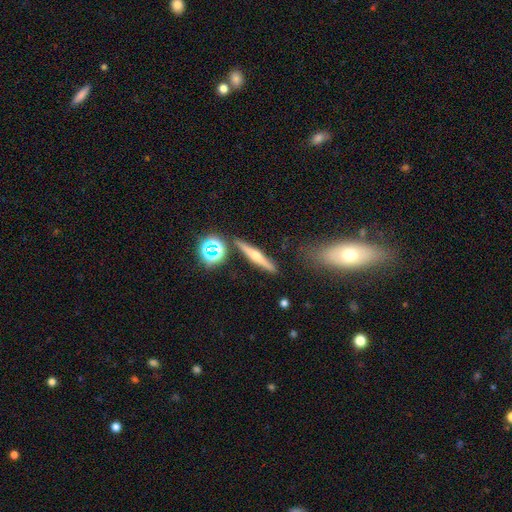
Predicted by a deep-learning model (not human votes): Q: Smooth or featured?
A: featured or disk (63%); runner-up: smooth (27%)
Q: Edge-on disk?
A: yes (95%); runner-up: no (5%)
Q: Edge-on bulge?
A: rounded (90%); runner-up: none (6%)
Q: Merging?
A: none (82%); runner-up: minor disturbance (10%)